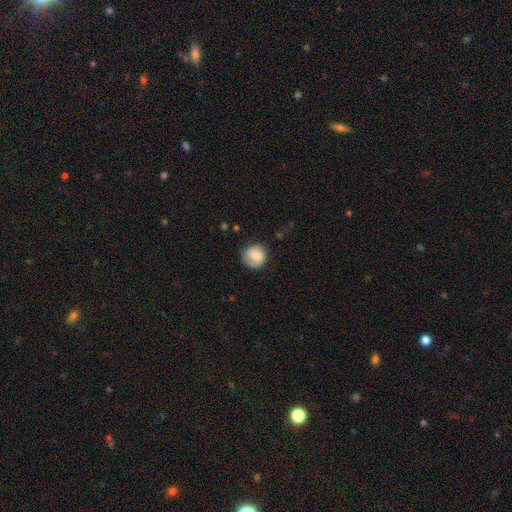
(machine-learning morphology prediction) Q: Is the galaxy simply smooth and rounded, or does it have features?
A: smooth — 75%.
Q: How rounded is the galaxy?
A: round — 92%.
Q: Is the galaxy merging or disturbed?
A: none — 79%.